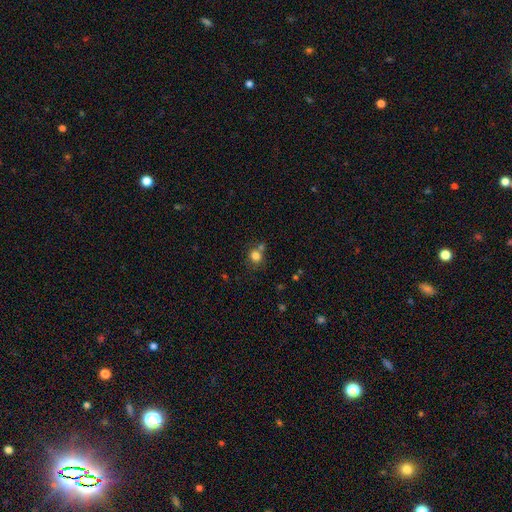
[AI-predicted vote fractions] Smooth or featured? smooth (81%)
How rounded? round (81%)
Merging? none (59%)